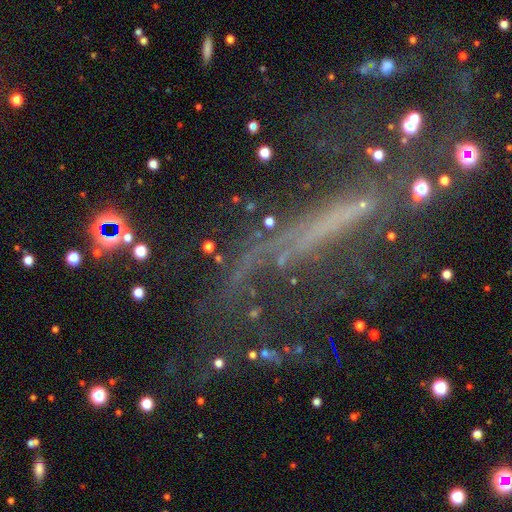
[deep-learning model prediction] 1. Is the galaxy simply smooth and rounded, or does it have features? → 46% featured or disk, 34% star or artifact, 20% smooth.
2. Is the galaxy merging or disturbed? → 51% none, 25% major disturbance, 16% minor disturbance, 8% merger.